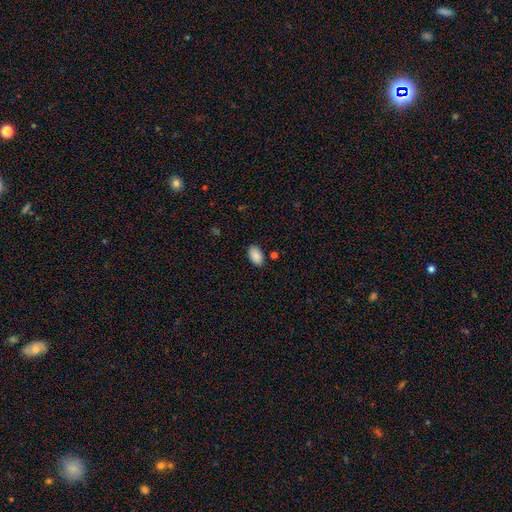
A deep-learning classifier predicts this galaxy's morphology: Smooth or featured? Predicted: smooth (p=0.90). How rounded? Predicted: in between (p=0.93). Merging? Predicted: none (p=0.85).